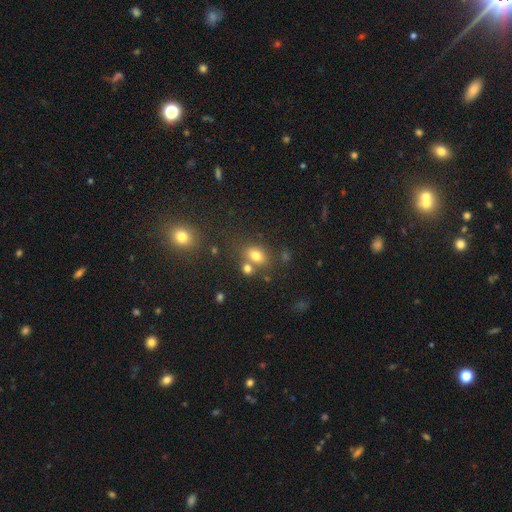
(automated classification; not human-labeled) smooth-or-featured: smooth: 76% | star or artifact: 14% | featured or disk: 10%
  how-rounded: in between: 73% | round: 25% | cigar-shaped: 2%
  merging: none: 57% | merger: 25% | minor disturbance: 13% | major disturbance: 5%